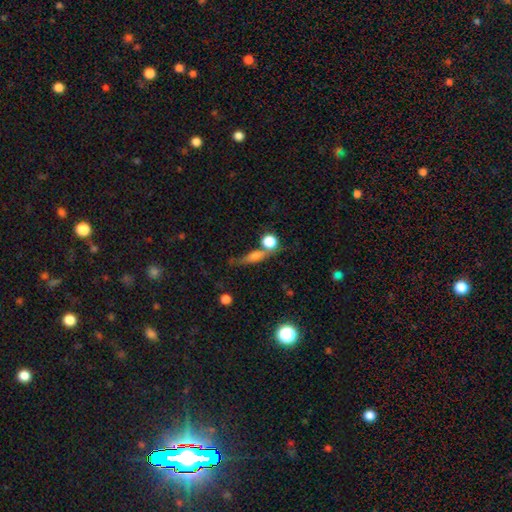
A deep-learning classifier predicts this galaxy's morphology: Smooth or featured: smooth — 61% (featured or disk — 24%)
How rounded: cigar-shaped — 49% (in between — 29%)
Merging: none — 54% (merger — 19%)